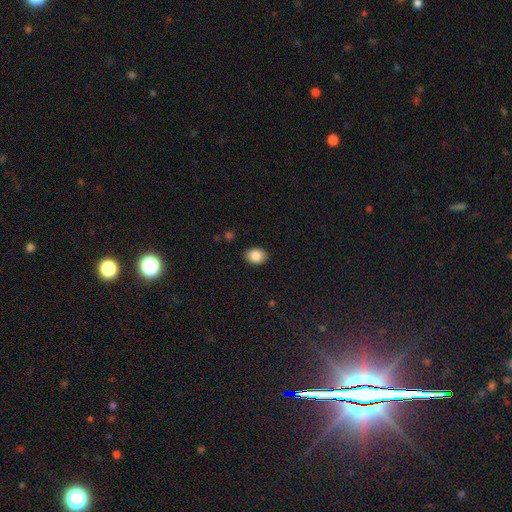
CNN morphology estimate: A smooth galaxy with no disk features (86%) that is in between round and cigar-shaped (73%). Merging: none (88%).